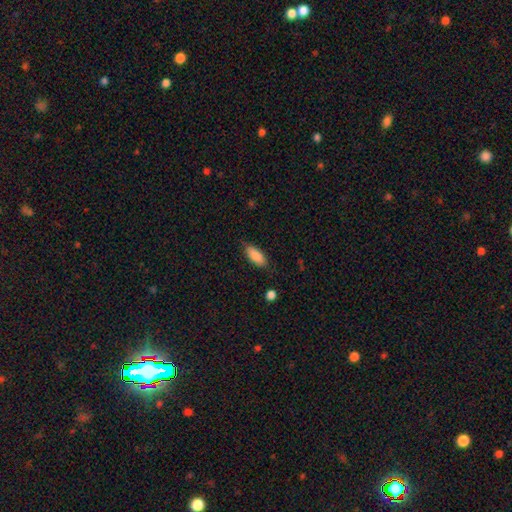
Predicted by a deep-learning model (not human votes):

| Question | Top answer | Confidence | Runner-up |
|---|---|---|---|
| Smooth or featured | smooth | 87% | star or artifact (7%) |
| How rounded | in between | 82% | cigar-shaped (16%) |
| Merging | none | 79% | minor disturbance (16%) |